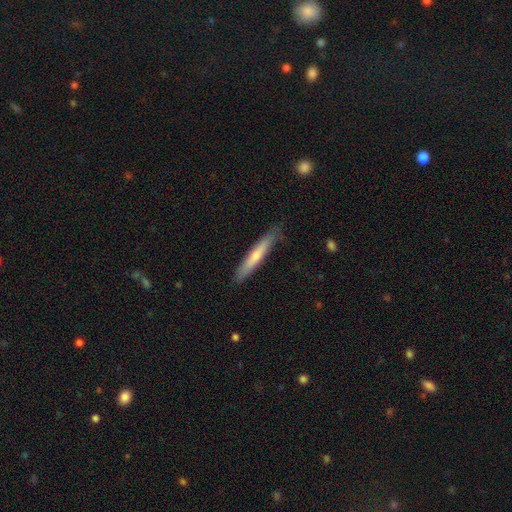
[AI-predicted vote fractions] smooth 61%, featured or disk 34%, star or artifact 5%. Down the decision tree: how rounded — cigar-shaped (93%); merging — none (86%).